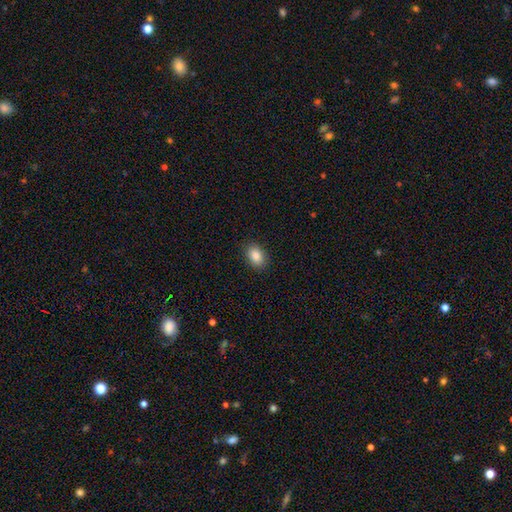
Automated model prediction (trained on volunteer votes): A smooth galaxy with no disk features (87%) that is in between round and cigar-shaped (80%).

Vote fractions:
- Smooth or featured? smooth: 87% / star or artifact: 8% / featured or disk: 5%
- How rounded? in between: 80% / round: 19% / cigar-shaped: 1%
- Merging? none: 89% / minor disturbance: 8% / major disturbance: 2% / merger: 1%